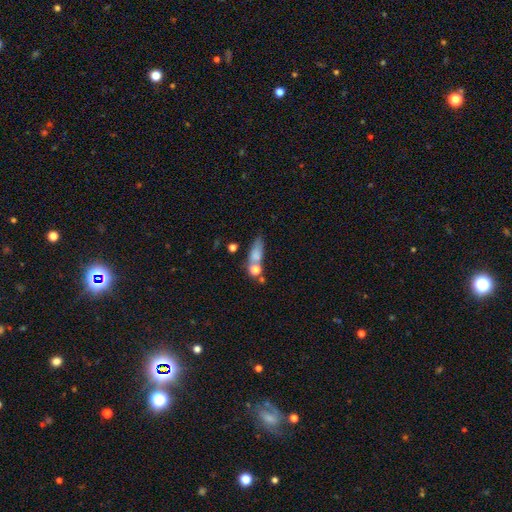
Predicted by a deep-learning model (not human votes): This appears to be a smooth galaxy with no disk features (69%) that is in between round and cigar-shaped (51%). Merging: none (44%).